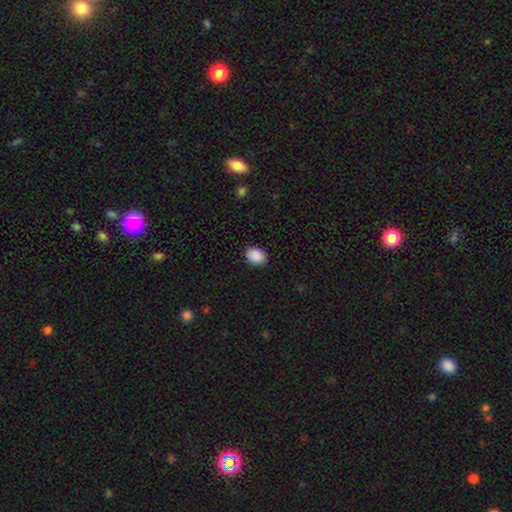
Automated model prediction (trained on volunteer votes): This appears to be a smooth galaxy with no disk features (90%) that is in between round and cigar-shaped (61%). Merging: none (89%).